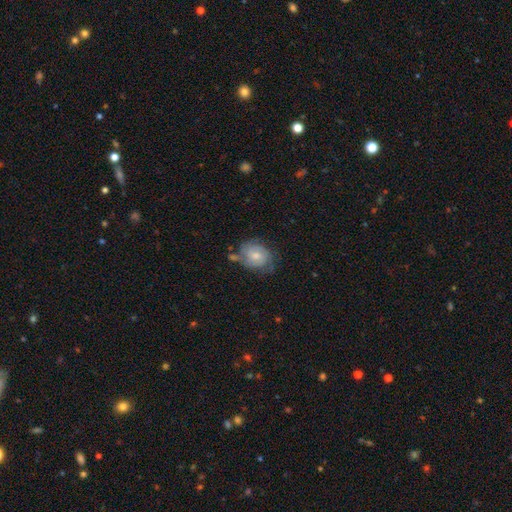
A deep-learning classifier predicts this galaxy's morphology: This appears to be a smooth galaxy with no disk features (50%). Merging: none (51%).